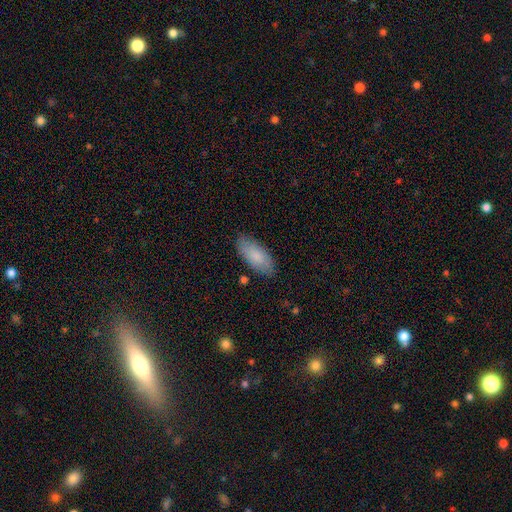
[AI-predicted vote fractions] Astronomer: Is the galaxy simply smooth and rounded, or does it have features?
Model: smooth — 83%.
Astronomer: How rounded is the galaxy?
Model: in between — 88%.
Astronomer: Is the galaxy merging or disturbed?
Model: none — 83%.